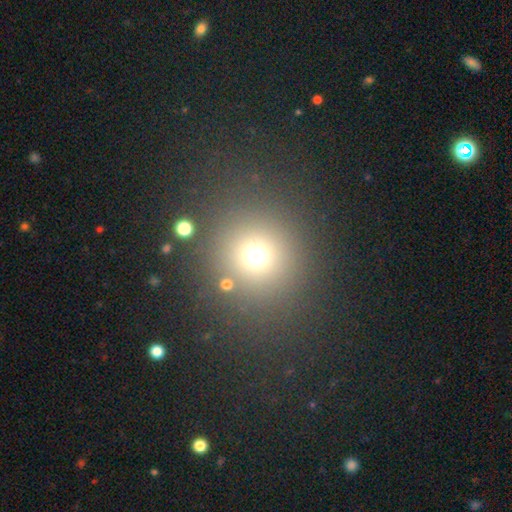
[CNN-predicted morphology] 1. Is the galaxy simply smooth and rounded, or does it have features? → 68% smooth, 23% star or artifact, 9% featured or disk.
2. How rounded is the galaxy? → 93% round, 6% in between, 1% cigar-shaped.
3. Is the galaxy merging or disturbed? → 83% none, 7% minor disturbance, 5% major disturbance, 5% merger.